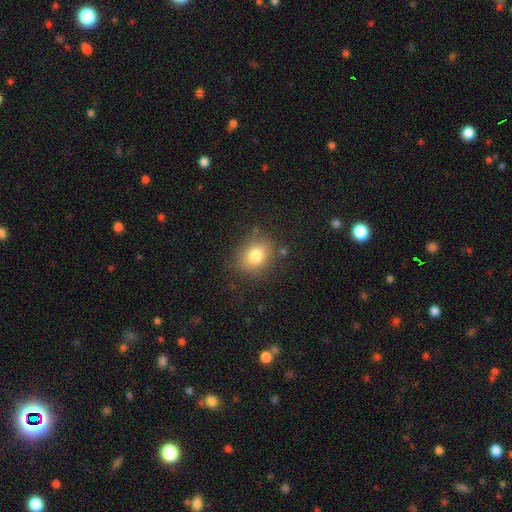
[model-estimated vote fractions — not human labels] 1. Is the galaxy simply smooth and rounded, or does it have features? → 79% smooth, 11% star or artifact, 10% featured or disk.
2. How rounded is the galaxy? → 58% round, 41% in between, 1% cigar-shaped.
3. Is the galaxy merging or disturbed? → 81% none, 13% minor disturbance, 4% major disturbance, 2% merger.